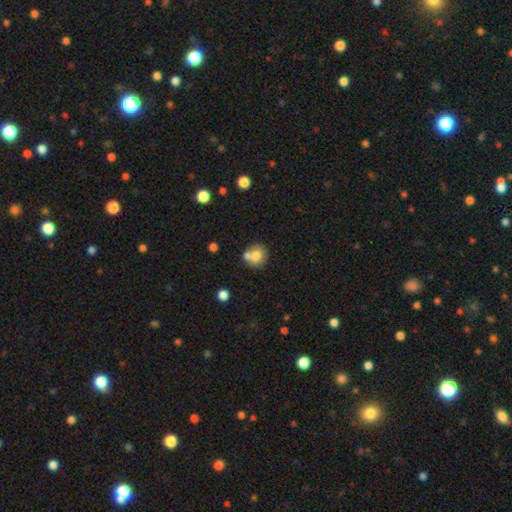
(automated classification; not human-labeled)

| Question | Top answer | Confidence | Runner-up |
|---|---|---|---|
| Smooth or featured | smooth | 73% | featured or disk (17%) |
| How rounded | round | 84% | in between (15%) |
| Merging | none | 53% | merger (33%) |